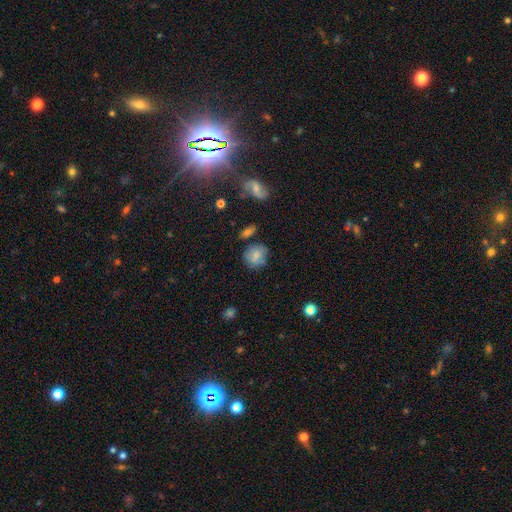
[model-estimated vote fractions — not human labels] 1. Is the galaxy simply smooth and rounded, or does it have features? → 73% smooth, 18% featured or disk, 10% star or artifact.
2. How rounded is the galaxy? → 70% round, 29% in between, 1% cigar-shaped.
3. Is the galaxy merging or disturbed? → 65% none, 22% minor disturbance, 7% major disturbance, 7% merger.